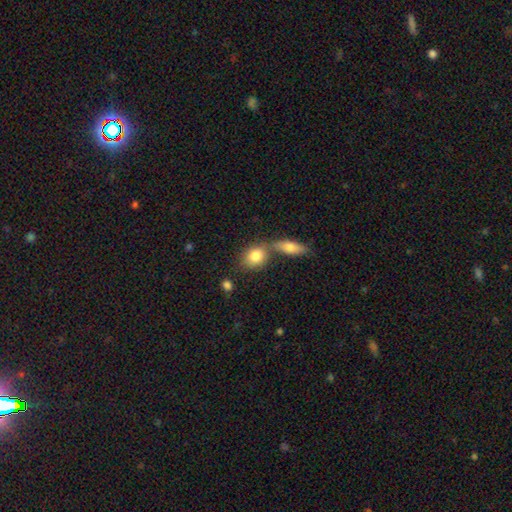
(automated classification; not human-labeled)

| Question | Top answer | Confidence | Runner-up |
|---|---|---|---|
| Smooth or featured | smooth | 82% | featured or disk (10%) |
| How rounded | in between | 57% | round (40%) |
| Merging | none | 45% | merger (41%) |